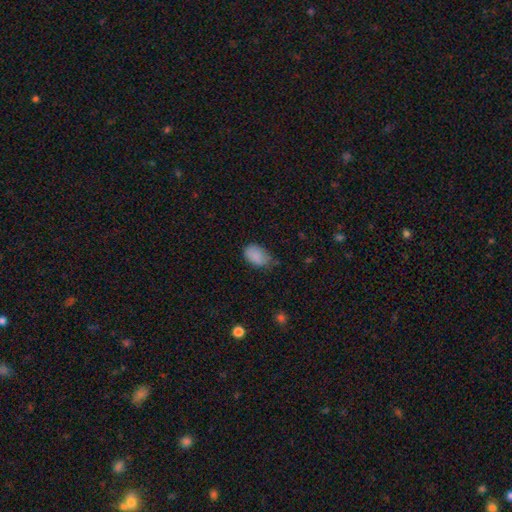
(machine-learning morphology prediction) Overall: smooth (86%). How rounded: in between (86%). Merging: none (56%; minor disturbance 35%).